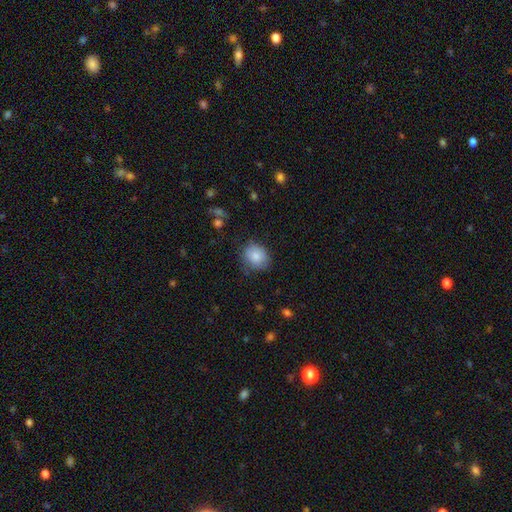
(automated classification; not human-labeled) This appears to be a smooth galaxy with no disk features (85%) that is round (64%). Merging: none (74%).